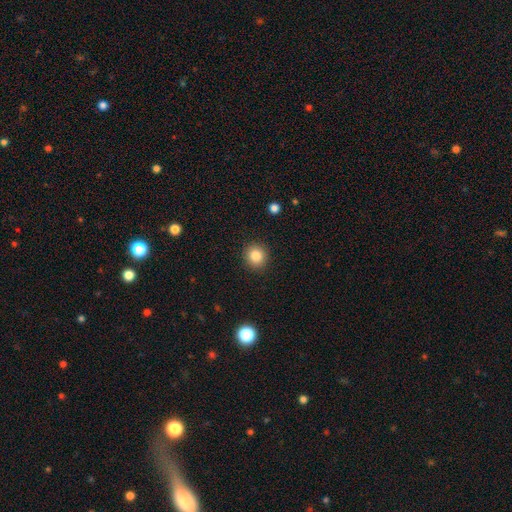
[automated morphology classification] smooth 84%, star or artifact 10%, featured or disk 6%. Down the decision tree: how rounded — round (90%); merging — none (91%).